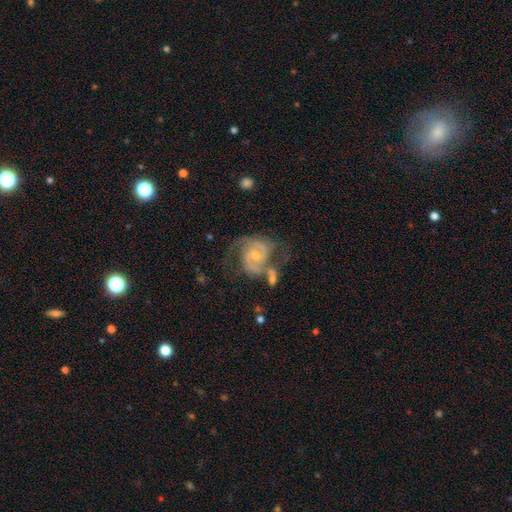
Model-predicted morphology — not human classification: Q: Smooth or featured?
A: featured or disk (89%); runner-up: smooth (6%)
Q: Edge-on disk?
A: no (98%); runner-up: yes (2%)
Q: Bar?
A: no (60%); runner-up: weak (33%)
Q: Spiral arms?
A: yes (97%); runner-up: no (3%)
Q: Spiral winding?
A: medium (50%); runner-up: tight (38%)
Q: Spiral arm count?
A: 2 (81%); runner-up: 3 (8%)
Q: Bulge size?
A: small (58%); runner-up: moderate (38%)
Q: Merging?
A: none (50%); runner-up: minor disturbance (20%)